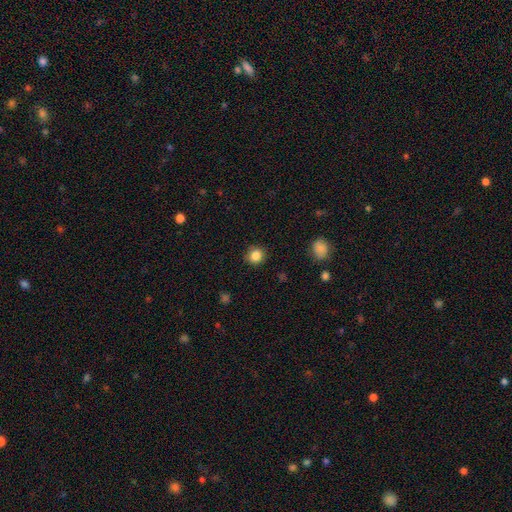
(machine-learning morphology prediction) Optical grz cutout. It shows a smooth galaxy with no disk features (85%) that is round (86%). Merging: none (88%).